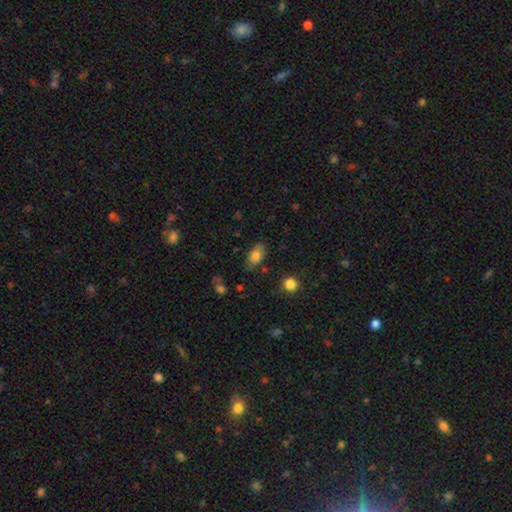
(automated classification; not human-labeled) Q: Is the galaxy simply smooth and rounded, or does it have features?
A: smooth — 80%.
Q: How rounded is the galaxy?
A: in between — 89%.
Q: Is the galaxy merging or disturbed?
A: none — 75%.